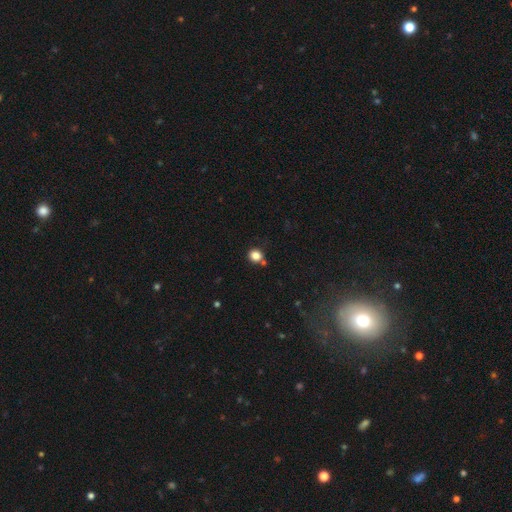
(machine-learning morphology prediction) A smooth galaxy with no disk features (83%) that is round (87%). Merging: none (77%).